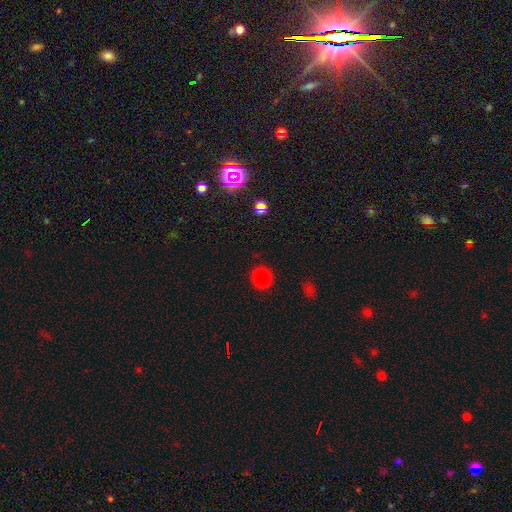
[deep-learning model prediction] smooth 79%, star or artifact 17%, featured or disk 4%. Down the decision tree: how rounded — round (86%); merging — none (90%).